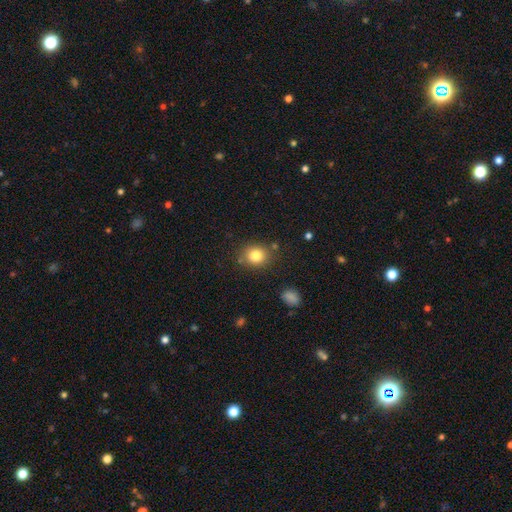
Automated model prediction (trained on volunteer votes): smooth 82%, star or artifact 11%, featured or disk 7%. Down the decision tree: how rounded — round (72%); merging — none (80%).